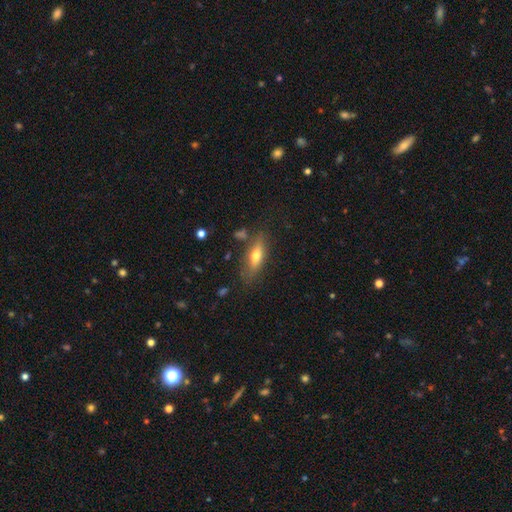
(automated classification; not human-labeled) Smooth or featured?
  - smooth: 61% *
  - featured or disk: 31%
  - star or artifact: 8%
How rounded?
  - in between: 61% *
  - cigar-shaped: 36%
  - round: 4%
Merging?
  - none: 74% *
  - minor disturbance: 17%
  - major disturbance: 5%
  - merger: 4%